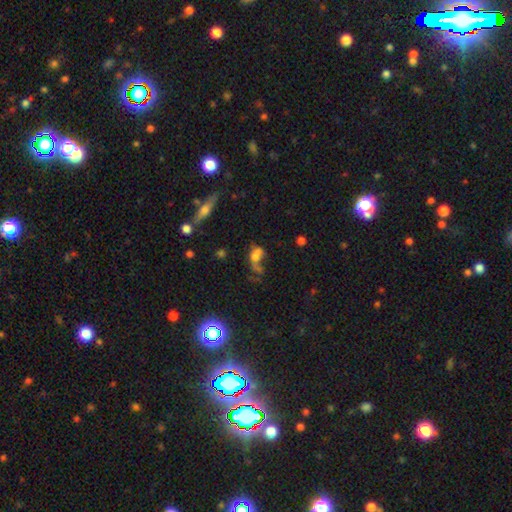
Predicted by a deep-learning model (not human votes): The model was most divided on "merging": merger: 38%, major disturbance: 26%, none: 22%, minor disturbance: 14%. More confident: how rounded — in between (71%); smooth or featured — smooth (53%).